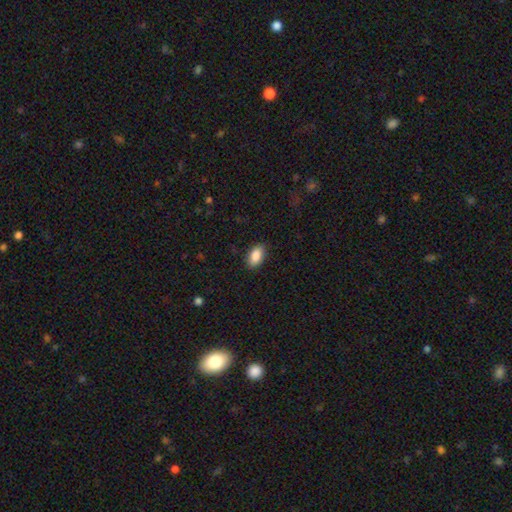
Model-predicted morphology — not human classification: This appears to be a smooth galaxy with no disk features (88%) that is in between round and cigar-shaped (93%). Merging: none (87%).